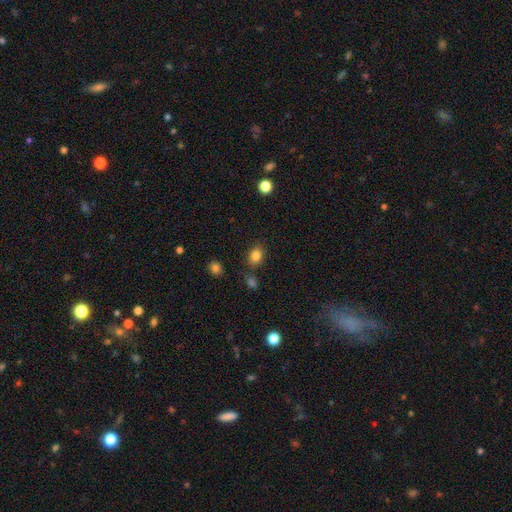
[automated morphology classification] Overall: smooth (83%). How rounded: in between (63%; round 36%). Merging: none (80%).